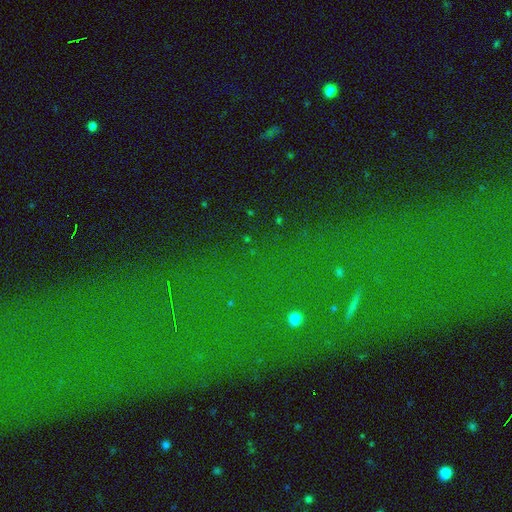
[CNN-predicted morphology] type=star or artifact (77%).